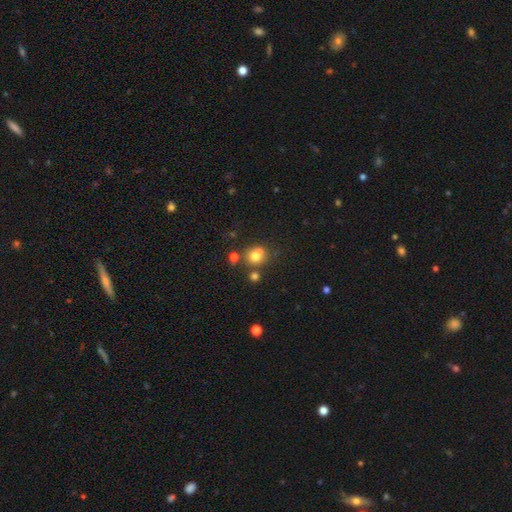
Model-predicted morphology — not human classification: smooth-or-featured: smooth: 71% | star or artifact: 16% | featured or disk: 13%
  how-rounded: round: 82% | in between: 17% | cigar-shaped: 1%
  merging: none: 52% | merger: 35% | minor disturbance: 9% | major disturbance: 4%